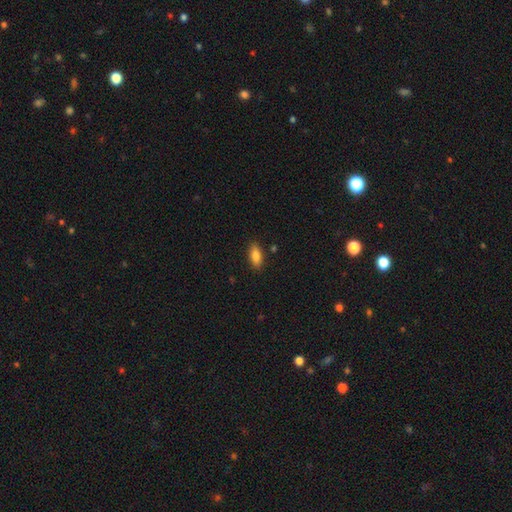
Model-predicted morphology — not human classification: Smooth or featured? Predicted: smooth (p=0.85). How rounded? Predicted: in between (p=0.84). Merging? Predicted: none (p=0.86).